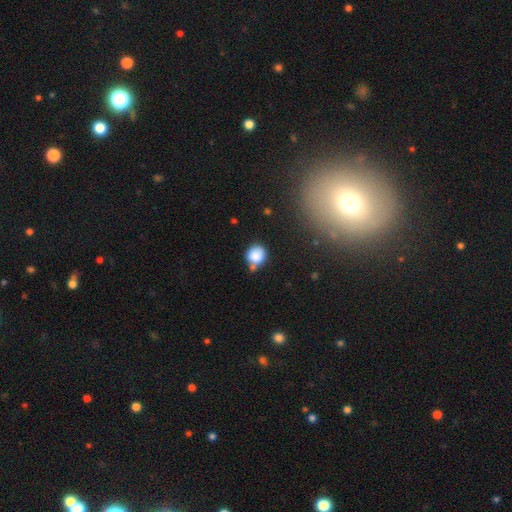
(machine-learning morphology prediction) smooth 84%, star or artifact 10%, featured or disk 7%. Down the decision tree: how rounded — round (83%); merging — none (52%).